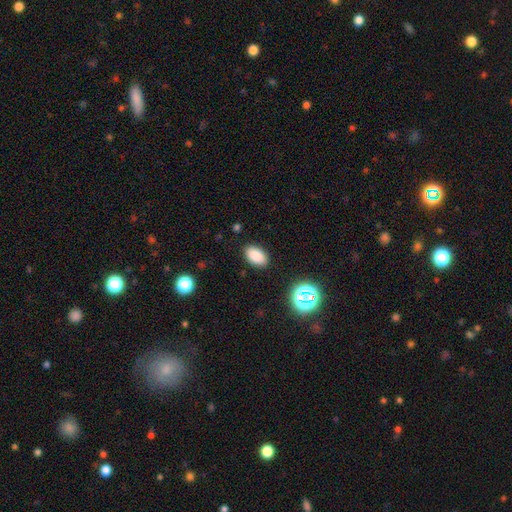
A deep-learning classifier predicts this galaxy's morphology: smooth_or_featured: smooth (p=0.85) [alt: star or artifact p=0.11]
how_rounded: in between (p=0.92) [alt: round p=0.06]
merging: none (p=0.88) [alt: minor disturbance p=0.08]